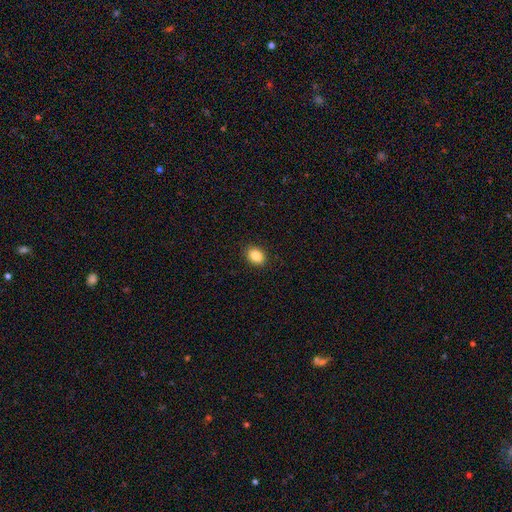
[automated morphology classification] Smooth or featured? smooth (87%)
How rounded? in between (66%)
Merging? none (90%)